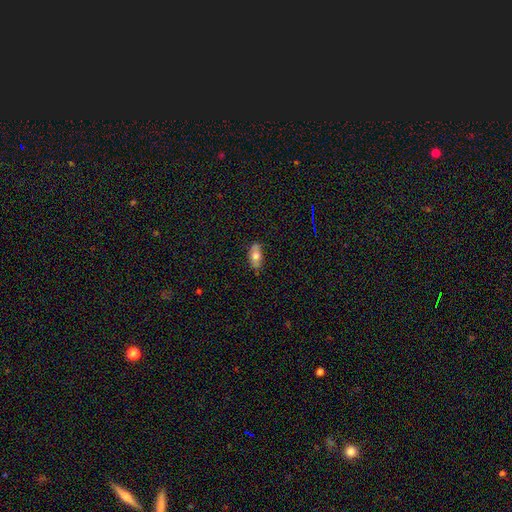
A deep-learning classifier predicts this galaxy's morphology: Overall: smooth (67%). How rounded: in between (87%). Merging: none (74%).